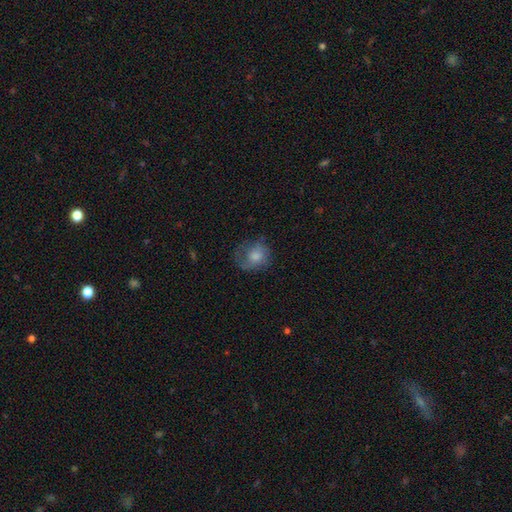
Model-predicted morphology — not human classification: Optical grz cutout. It shows a smooth galaxy with no disk features (66%) that is round (64%). Merging: none (45%).